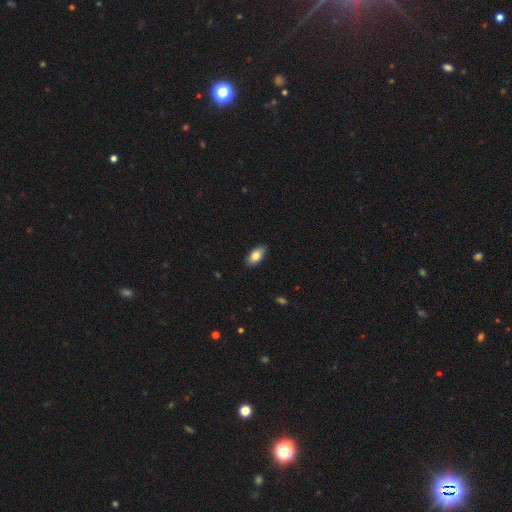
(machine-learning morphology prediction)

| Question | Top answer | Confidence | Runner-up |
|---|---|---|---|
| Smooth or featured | smooth | 81% | featured or disk (12%) |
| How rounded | in between | 92% | cigar-shaped (5%) |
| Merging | none | 87% | minor disturbance (11%) |